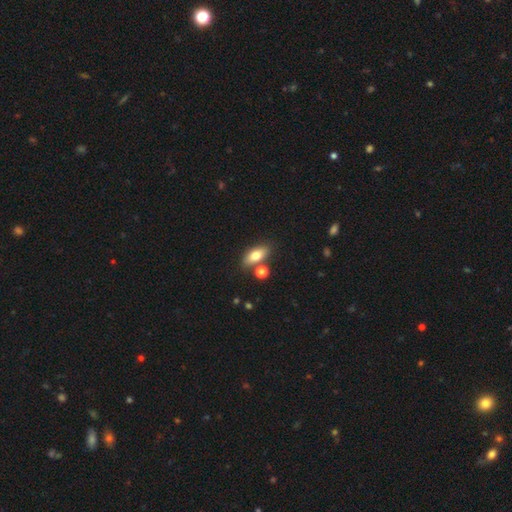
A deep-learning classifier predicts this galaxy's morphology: Smooth or featured? Predicted: smooth (p=0.73). How rounded? Predicted: in between (p=0.81). Merging? Predicted: none (p=0.73).